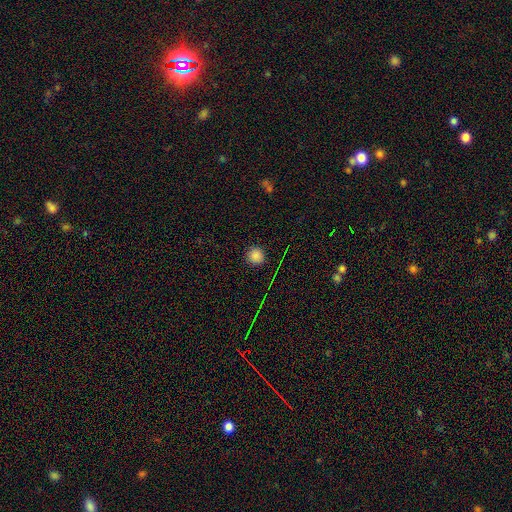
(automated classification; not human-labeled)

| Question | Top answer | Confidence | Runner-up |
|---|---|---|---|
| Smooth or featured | smooth | 80% | star or artifact (15%) |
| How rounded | round | 95% | in between (4%) |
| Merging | none | 90% | minor disturbance (6%) |